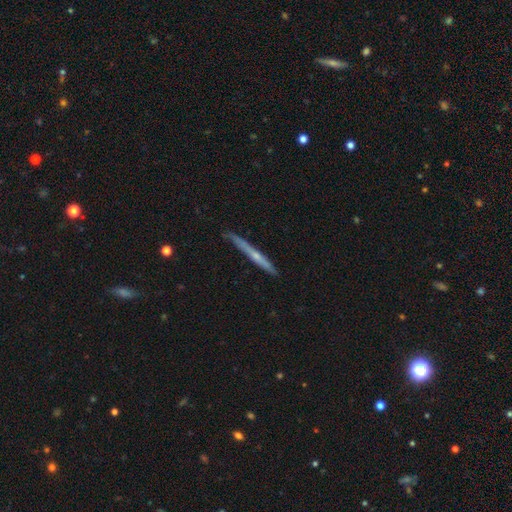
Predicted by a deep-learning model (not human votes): A featured or disk galaxy (60%) viewed edge-on (96%) with no central bulge (49%).

Vote fractions:
- Smooth or featured? featured or disk: 60% / smooth: 34% / star or artifact: 6%
- Edge-on disk? yes: 96% / no: 4%
- Edge-on bulge? none: 49% / rounded: 48% / boxy: 4%
- Merging? none: 83% / minor disturbance: 14% / major disturbance: 2% / merger: 1%